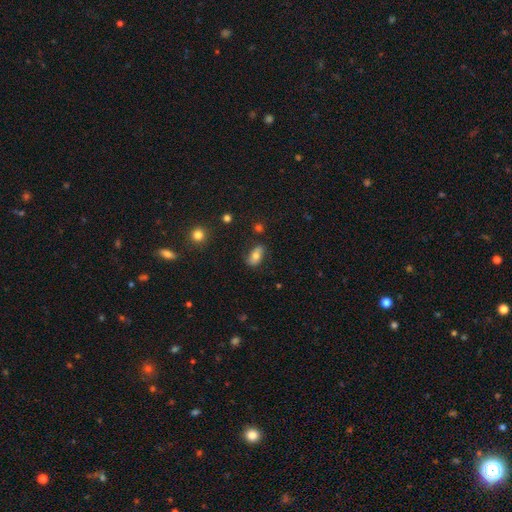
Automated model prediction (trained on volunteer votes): A smooth galaxy with no disk features (68%) that is in between round and cigar-shaped (88%). Merging: none (73%).